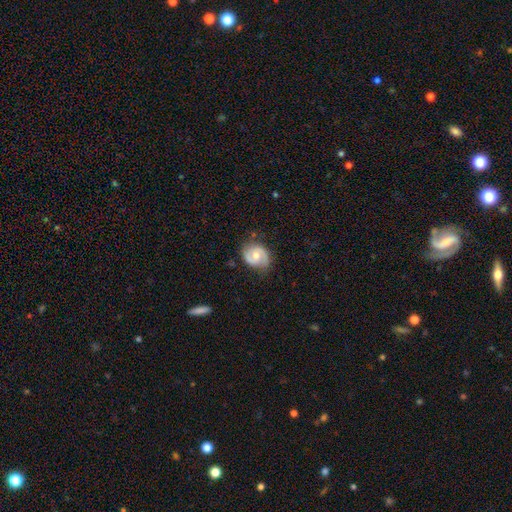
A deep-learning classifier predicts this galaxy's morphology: featured or disk 73%, smooth 21%, star or artifact 6%. Down the decision tree: edge-on disk — no (98%); bar — no (55%); spiral arms — yes (93%); spiral arm count — 2 (85%); spiral winding — medium (46%); bulge size — moderate (65%); merging — none (73%).